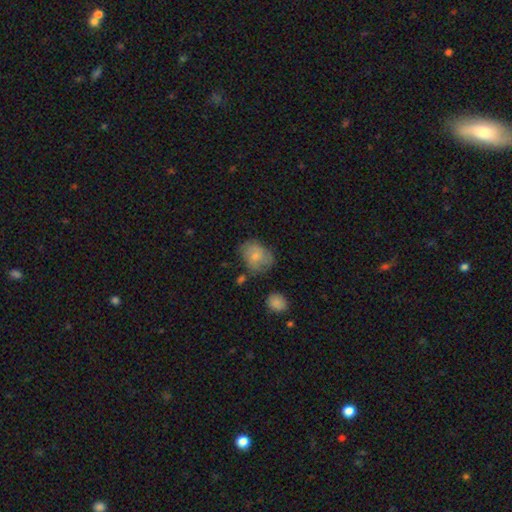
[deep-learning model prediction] smooth-or-featured: smooth: 67% | featured or disk: 25% | star or artifact: 8%
  how-rounded: in between: 51% | round: 48% | cigar-shaped: 1%
  merging: none: 54% | minor disturbance: 29% | major disturbance: 12% | merger: 6%